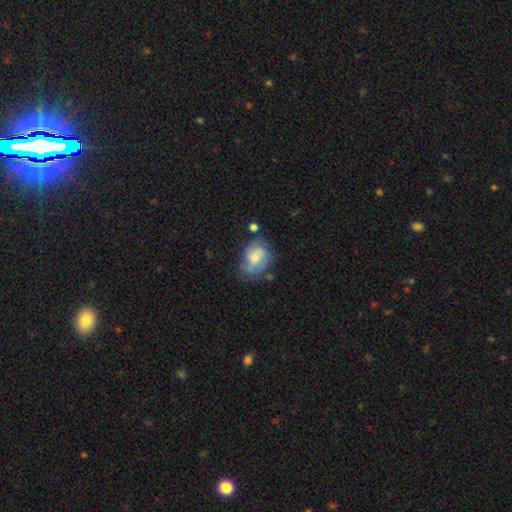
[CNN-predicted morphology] This appears to be a smooth galaxy with no disk features (48%). Merging: none (56%).